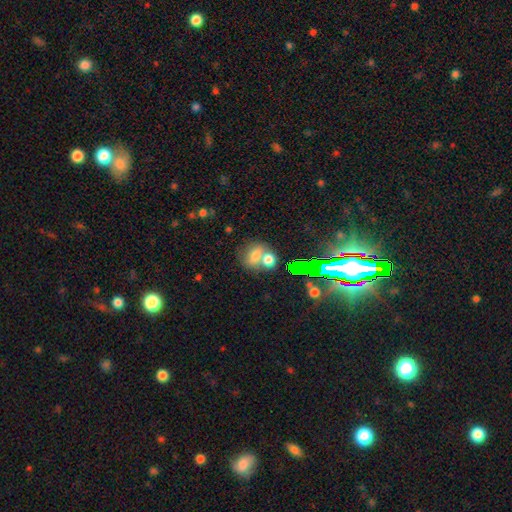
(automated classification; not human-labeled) Morphology: type=smooth (67%); roundness=in between (57%); merging=merger (51%).